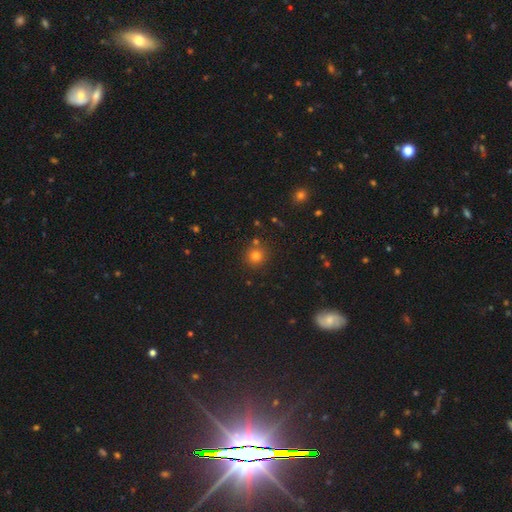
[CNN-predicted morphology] Smooth or featured: smooth — 77% (star or artifact — 16%)
How rounded: round — 92% (in between — 7%)
Merging: none — 79% (merger — 10%)